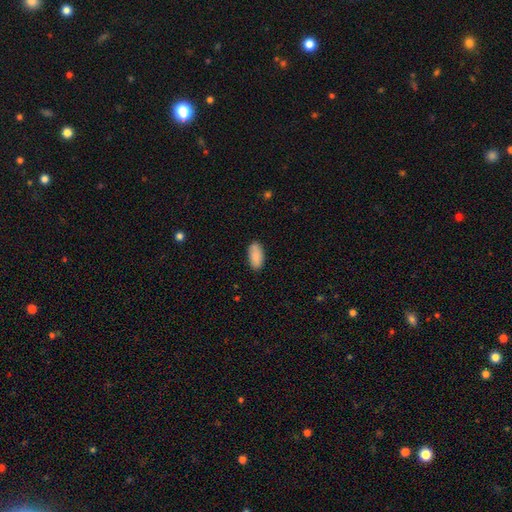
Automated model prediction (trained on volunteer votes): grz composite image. It shows a smooth galaxy with no disk features (90%) that is in between round and cigar-shaped (92%). Merging: none (87%).